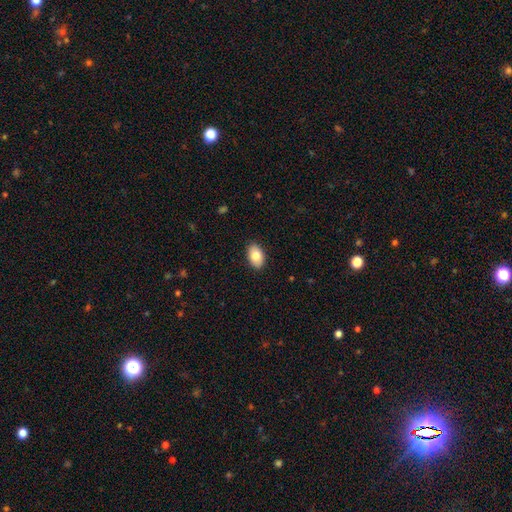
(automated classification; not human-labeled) smooth-or-featured: smooth: 82% | featured or disk: 11% | star or artifact: 7%
  how-rounded: in between: 91% | round: 8% | cigar-shaped: 1%
  merging: none: 88% | minor disturbance: 9% | major disturbance: 2% | merger: 1%